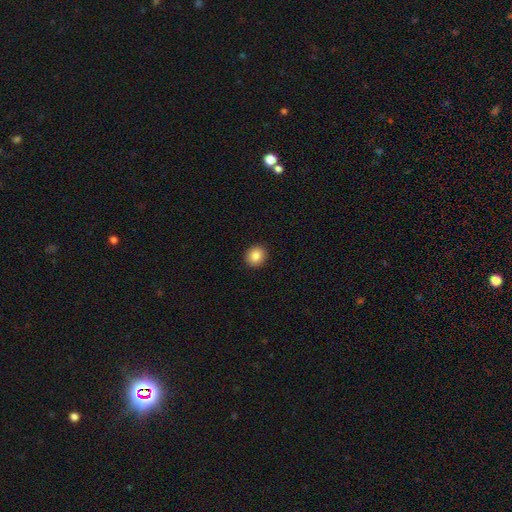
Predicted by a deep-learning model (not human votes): A smooth galaxy with no disk features (86%) that is round (84%).

Vote fractions:
- Smooth or featured? smooth: 86% / star or artifact: 9% / featured or disk: 5%
- How rounded? round: 84% / in between: 15% / cigar-shaped: 1%
- Merging? none: 93% / minor disturbance: 5% / major disturbance: 2% / merger: 1%